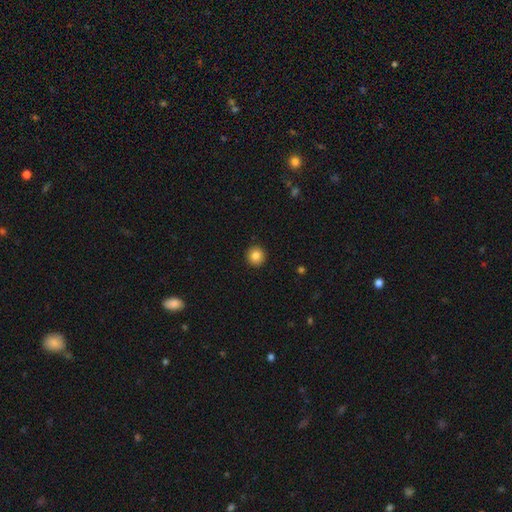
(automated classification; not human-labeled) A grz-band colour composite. It shows a smooth galaxy with no disk features (85%) that is round (94%). Merging: none (93%).